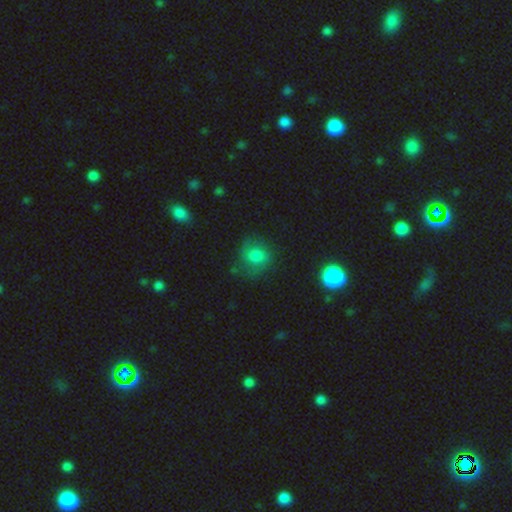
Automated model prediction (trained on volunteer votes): A smooth galaxy with no disk features (64%) that is round (73%). Merging: none (63%).